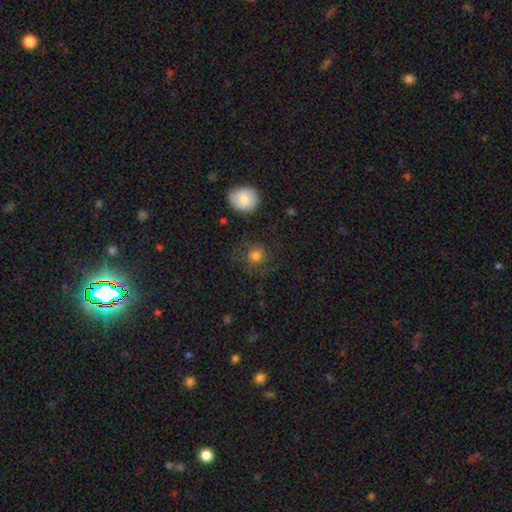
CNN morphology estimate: Smooth or featured? Predicted: smooth (p=0.73). How rounded? Predicted: round (p=0.88). Merging? Predicted: none (p=0.70).